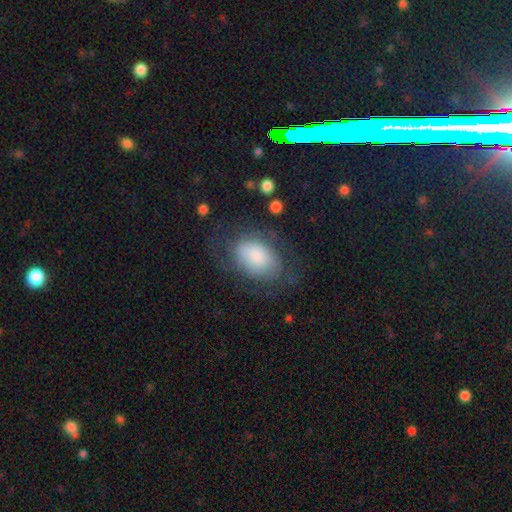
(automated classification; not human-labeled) A smooth galaxy with no disk features (65%) that is in between round and cigar-shaped (86%). Merging: none (59%).